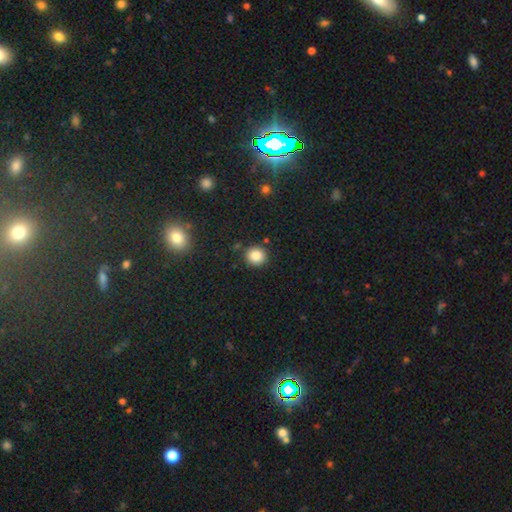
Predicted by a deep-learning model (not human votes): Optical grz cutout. It shows a smooth galaxy with no disk features (85%) that is round (89%). Merging: none (87%).